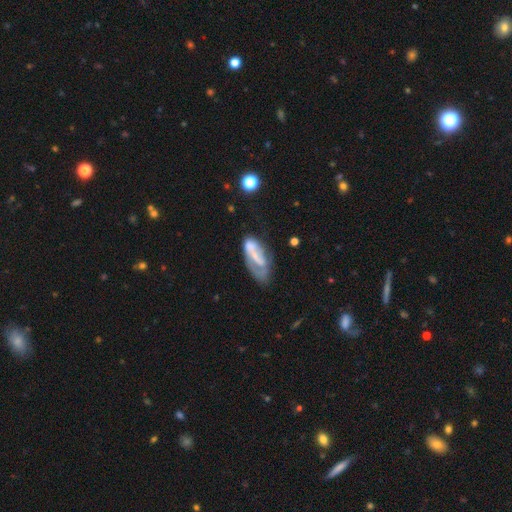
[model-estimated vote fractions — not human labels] smooth-or-featured: featured or disk: 58% | smooth: 35% | star or artifact: 7%
  disk-edge-on: no: 91% | yes: 9%
    bar: no: 42% | weak: 32% | strong: 26%
    has-spiral-arms: yes: 56% | no: 44%
    bulge-size: small: 44% | moderate: 26% | none: 24% | large: 4% | dominant: 1%
  merging: none: 37% | minor disturbance: 28% | major disturbance: 26% | merger: 9%